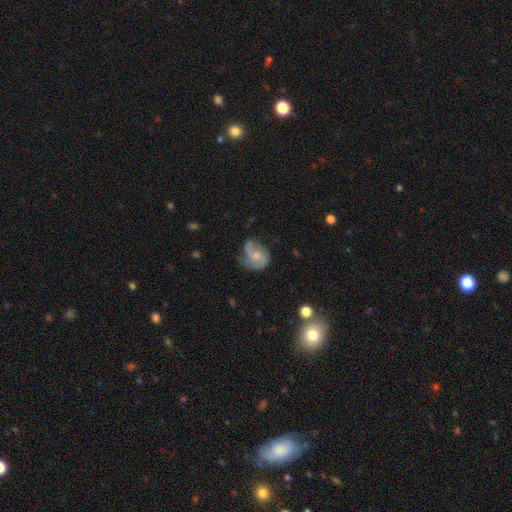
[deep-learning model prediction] Smooth or featured?
  - featured or disk: 69% *
  - smooth: 24%
  - star or artifact: 7%
Edge-on disk?
  - no: 98% *
  - yes: 2%
Bar?
  - no: 66% *
  - weak: 30%
  - strong: 5%
Spiral arms?
  - yes: 92% *
  - no: 8%
Spiral winding?
  - medium: 48% *
  - loose: 27%
  - tight: 25%
Spiral arm count?
  - 2: 74% *
  - can't tell: 10%
  - 3: 7%
  - 1: 5%
  - 4: 2%
  - more than 4: 2%
Bulge size?
  - small: 55% *
  - moderate: 34%
  - none: 9%
  - large: 2%
  - dominant: 1%
Merging?
  - none: 57% *
  - minor disturbance: 27%
  - major disturbance: 13%
  - merger: 2%